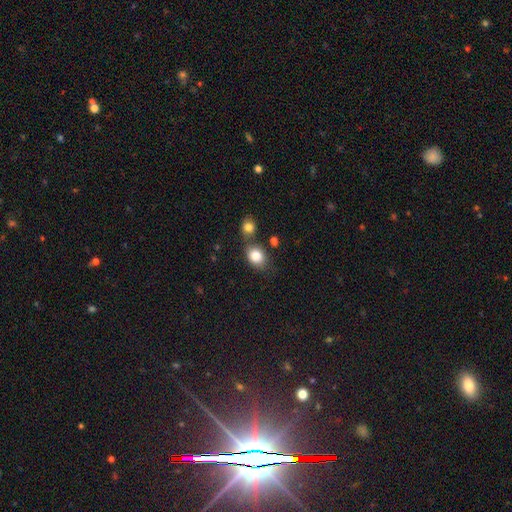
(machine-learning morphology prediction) Smooth or featured?
  - smooth: 84% *
  - star or artifact: 9%
  - featured or disk: 7%
How rounded?
  - in between: 52% *
  - round: 47%
  - cigar-shaped: 1%
Merging?
  - none: 62% *
  - merger: 19%
  - minor disturbance: 15%
  - major disturbance: 5%